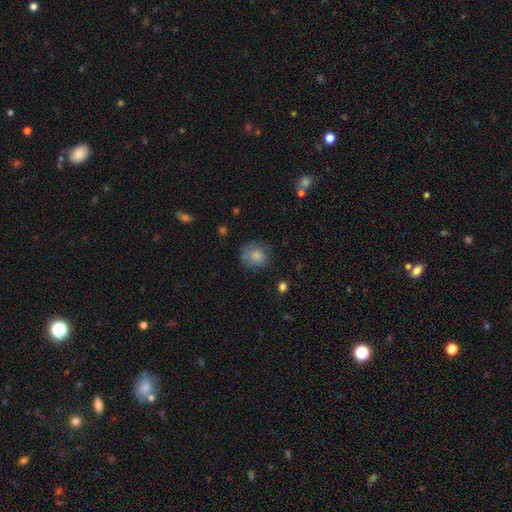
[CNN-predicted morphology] Overall: smooth (81%). How rounded: round (85%). Merging: none (70%).